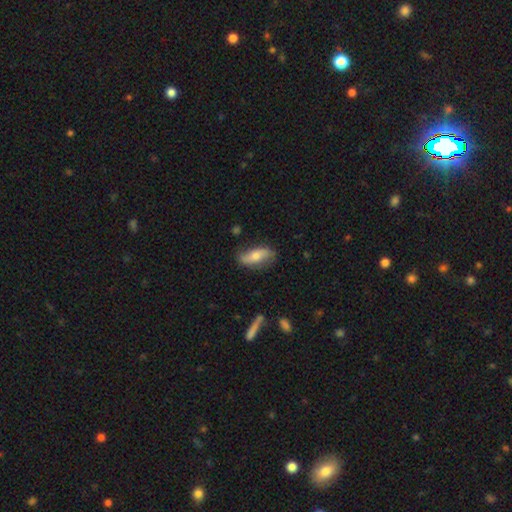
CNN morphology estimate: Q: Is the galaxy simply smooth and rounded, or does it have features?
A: smooth — 51%.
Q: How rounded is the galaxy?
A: in between — 74%.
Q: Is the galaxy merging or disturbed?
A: none — 74%.